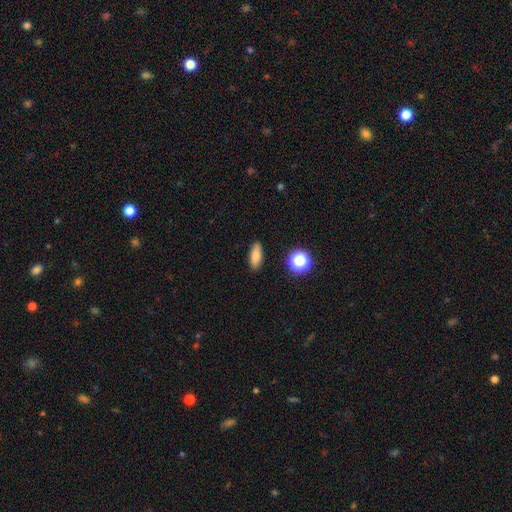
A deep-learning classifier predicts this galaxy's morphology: A smooth galaxy with no disk features (80%) that is in between round and cigar-shaped (70%).

Vote fractions:
- Smooth or featured? smooth: 80% / star or artifact: 11% / featured or disk: 9%
- How rounded? in between: 70% / cigar-shaped: 24% / round: 7%
- Merging? none: 88% / minor disturbance: 8% / major disturbance: 2% / merger: 2%